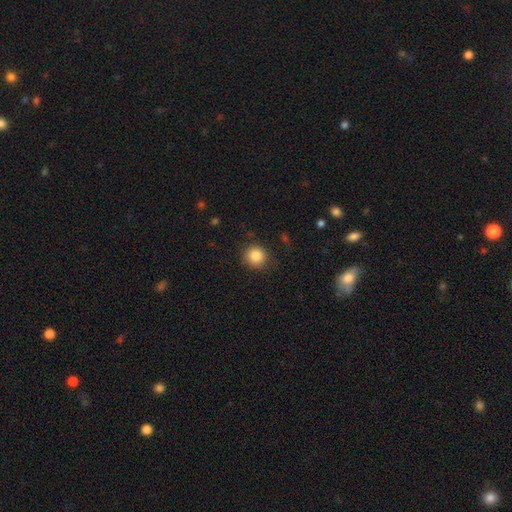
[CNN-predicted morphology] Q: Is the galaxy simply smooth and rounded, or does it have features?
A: smooth — 85%.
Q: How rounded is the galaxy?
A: round — 88%.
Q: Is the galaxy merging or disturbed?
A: none — 83%.